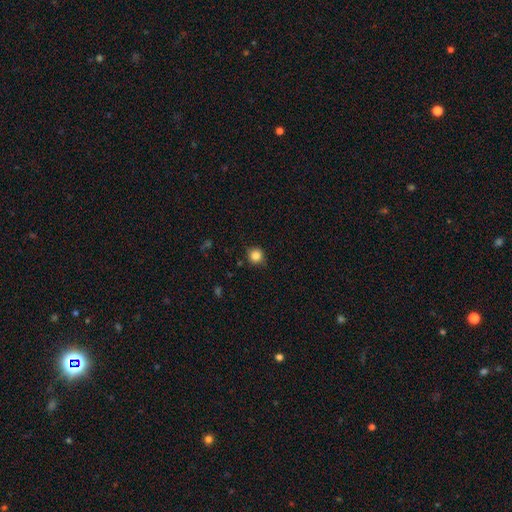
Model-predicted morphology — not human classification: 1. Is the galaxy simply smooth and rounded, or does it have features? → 84% smooth, 11% star or artifact, 5% featured or disk.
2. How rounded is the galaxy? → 92% round, 7% in between, 1% cigar-shaped.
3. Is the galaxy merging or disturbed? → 85% none, 12% minor disturbance, 2% major disturbance, 1% merger.